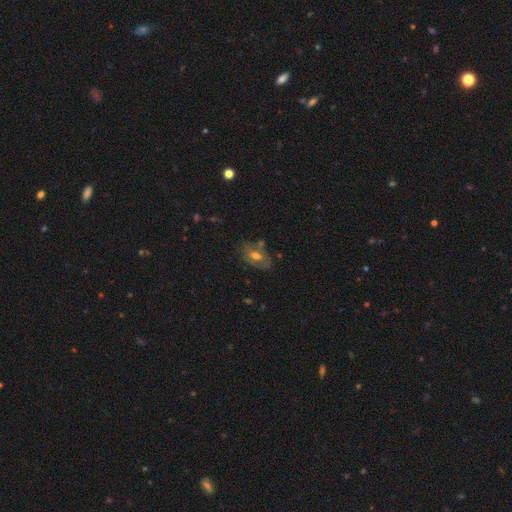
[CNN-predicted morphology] featured or disk 48%, smooth 42%, star or artifact 11%. Down the decision tree: merging — none (59%).